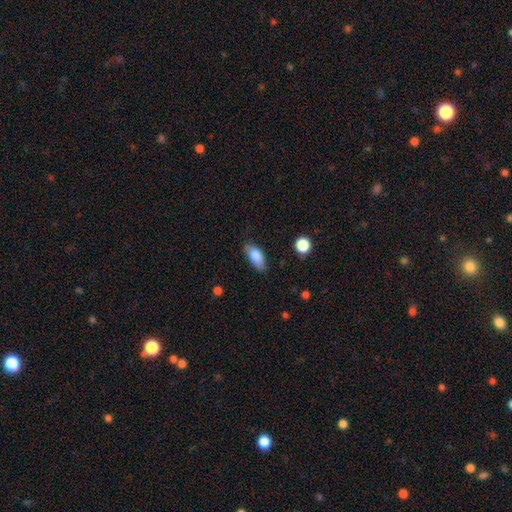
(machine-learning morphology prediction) Smooth or featured: smooth — 85% (featured or disk — 8%)
How rounded: in between — 87% (cigar-shaped — 10%)
Merging: none — 68% (minor disturbance — 25%)